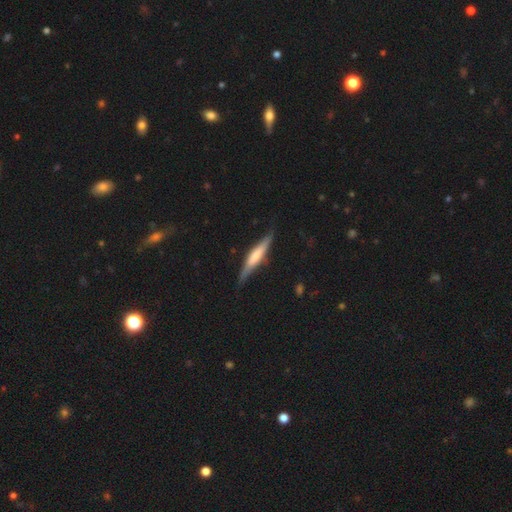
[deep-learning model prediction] Smooth or featured? featured or disk (50%)
Edge-on disk? yes (93%)
Merging? none (78%)